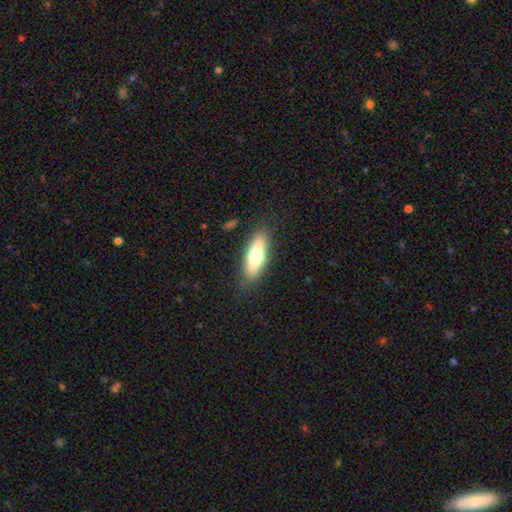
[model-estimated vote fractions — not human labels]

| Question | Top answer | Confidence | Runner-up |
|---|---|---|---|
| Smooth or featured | smooth | 65% | featured or disk (28%) |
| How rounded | in between | 62% | cigar-shaped (36%) |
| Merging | none | 84% | minor disturbance (12%) |